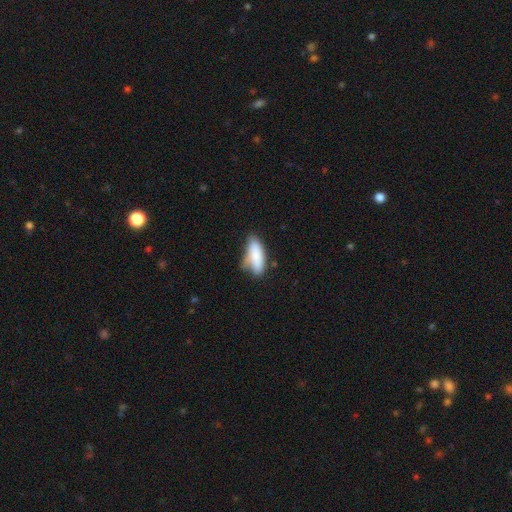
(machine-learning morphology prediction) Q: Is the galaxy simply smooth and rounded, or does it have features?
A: smooth — 83%.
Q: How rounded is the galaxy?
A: in between — 69%.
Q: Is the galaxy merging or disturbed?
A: none — 47%.